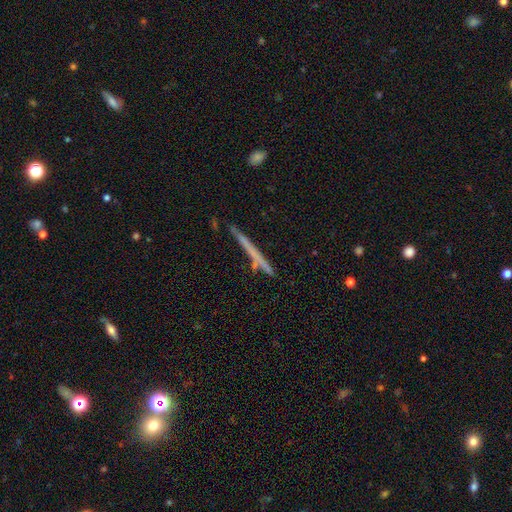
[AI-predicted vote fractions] Q: Smooth or featured?
A: featured or disk (48%); runner-up: smooth (45%)
Q: Merging?
A: none (82%); runner-up: minor disturbance (12%)